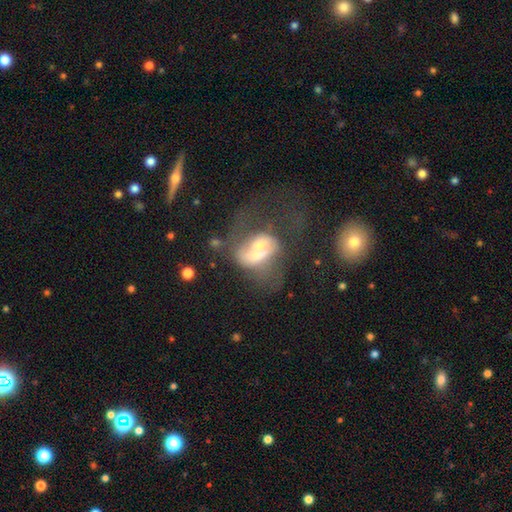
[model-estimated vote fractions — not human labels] Smooth or featured? Predicted: featured or disk (p=0.51). Edge-on disk? Predicted: no (p=0.95). Merging? Predicted: merger (p=0.51).